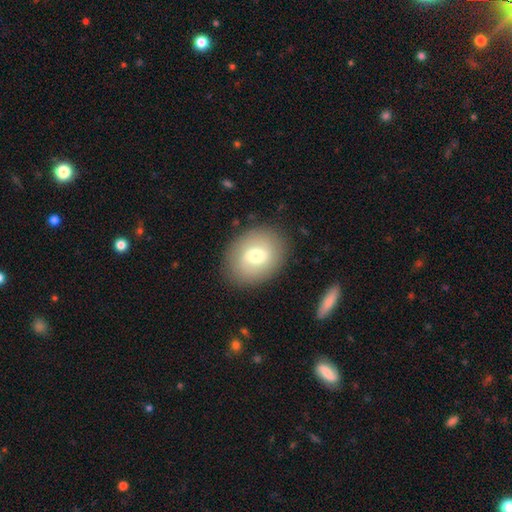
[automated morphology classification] Smooth or featured?
  - smooth: 57% *
  - featured or disk: 35%
  - star or artifact: 8%
How rounded?
  - in between: 50% *
  - round: 49%
  - cigar-shaped: 1%
Merging?
  - none: 85% *
  - minor disturbance: 9%
  - major disturbance: 4%
  - merger: 1%